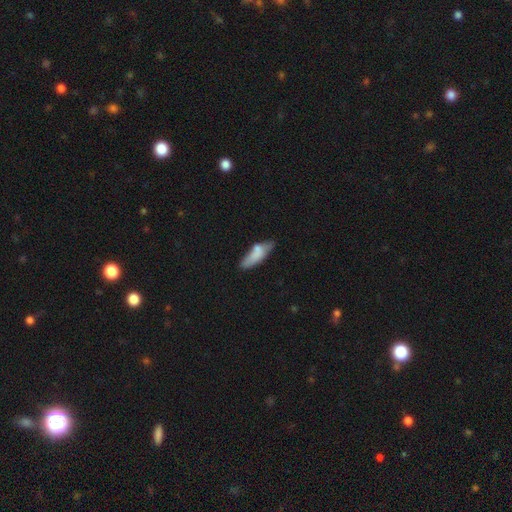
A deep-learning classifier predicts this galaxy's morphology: type=smooth (75%); roundness=in between (53%); merging=none (47%).